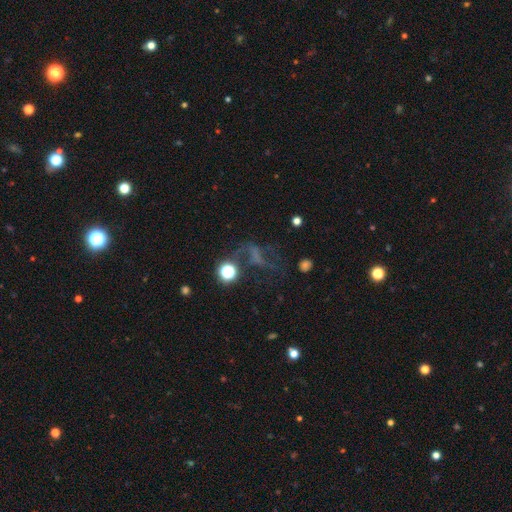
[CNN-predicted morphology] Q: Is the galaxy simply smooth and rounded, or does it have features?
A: star or artifact — 39%.